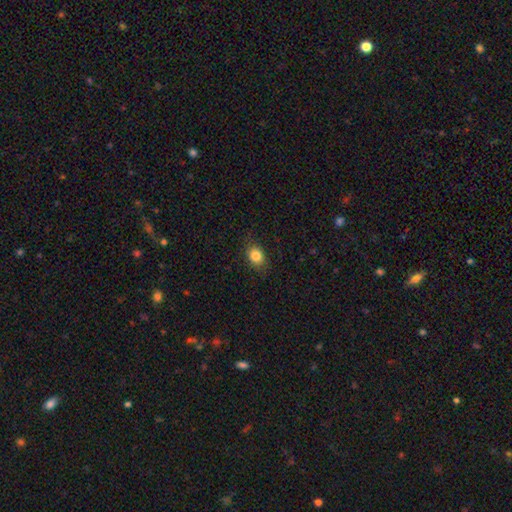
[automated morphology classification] Smooth or featured: smooth — 84% (star or artifact — 9%)
How rounded: in between — 57% (round — 41%)
Merging: none — 83% (minor disturbance — 13%)